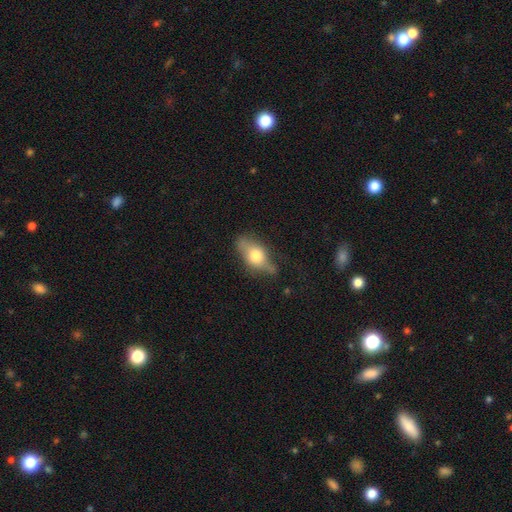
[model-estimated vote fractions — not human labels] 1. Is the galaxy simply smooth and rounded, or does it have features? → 57% smooth, 35% featured or disk, 7% star or artifact.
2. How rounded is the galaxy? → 76% in between, 15% cigar-shaped, 8% round.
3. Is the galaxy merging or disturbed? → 62% none, 27% minor disturbance, 9% major disturbance, 3% merger.